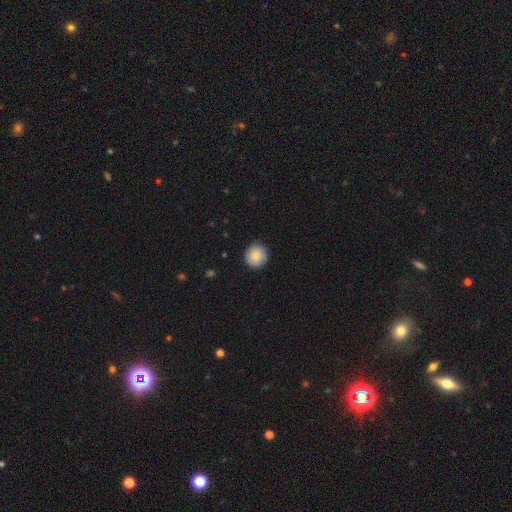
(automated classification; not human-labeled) Morphology: type=smooth (86%); roundness=round (91%); merging=none (89%).